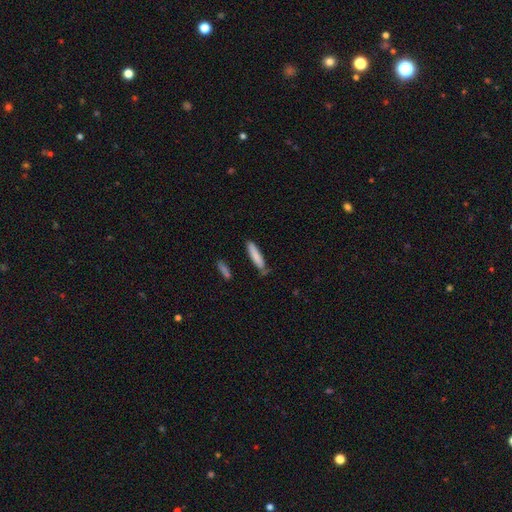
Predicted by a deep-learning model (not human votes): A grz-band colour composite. It shows a smooth galaxy with no disk features (81%) that is cigar-shaped (84%). Merging: none (72%).